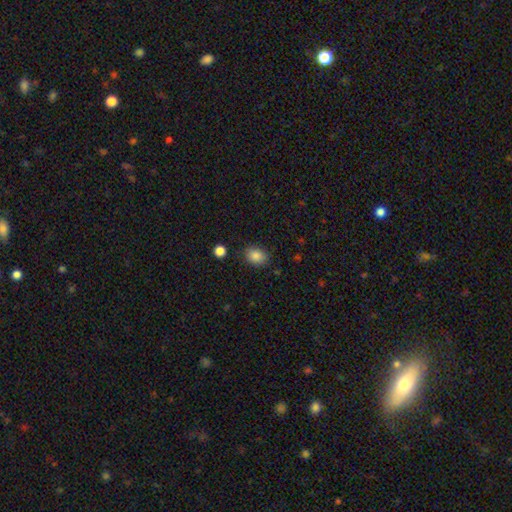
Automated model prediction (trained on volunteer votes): Smooth or featured?
  - smooth: 87% *
  - star or artifact: 9%
  - featured or disk: 4%
How rounded?
  - in between: 65% *
  - round: 34%
  - cigar-shaped: 1%
Merging?
  - none: 84% *
  - minor disturbance: 11%
  - major disturbance: 3%
  - merger: 2%